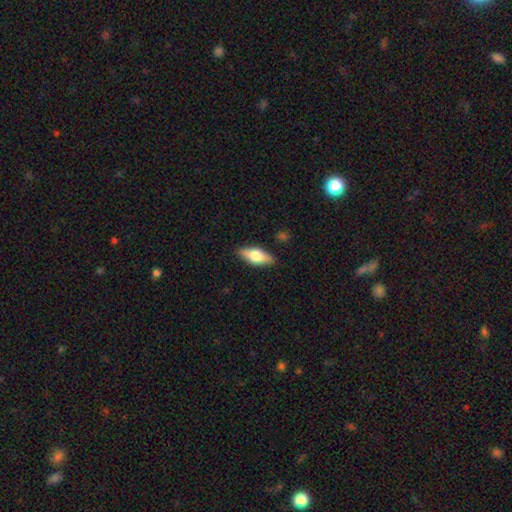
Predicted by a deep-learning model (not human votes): smooth-or-featured: smooth: 59% | featured or disk: 34% | star or artifact: 6%
  how-rounded: in between: 75% | cigar-shaped: 22% | round: 3%
  merging: none: 87% | minor disturbance: 10% | major disturbance: 2% | merger: 1%